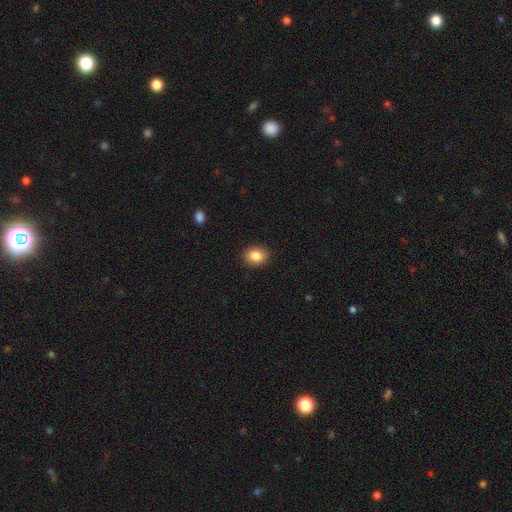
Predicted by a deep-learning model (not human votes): The model was most divided on "how rounded": in between: 54%, round: 45%, cigar-shaped: 1%. More confident: merging — none (89%); smooth or featured — smooth (87%).